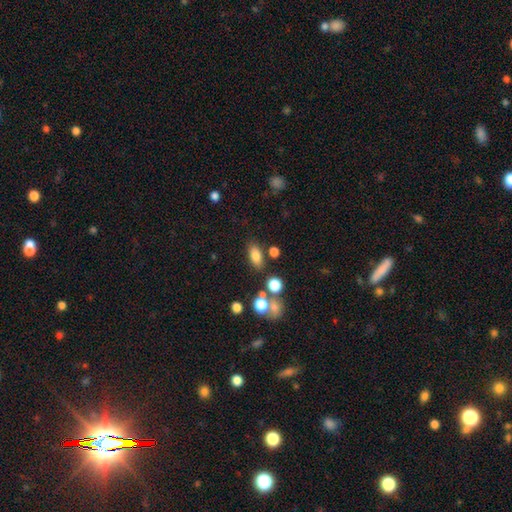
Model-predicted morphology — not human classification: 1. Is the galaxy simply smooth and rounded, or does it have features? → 78% smooth, 12% star or artifact, 10% featured or disk.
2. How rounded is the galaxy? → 83% in between, 11% round, 6% cigar-shaped.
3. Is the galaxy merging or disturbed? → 74% none, 12% minor disturbance, 10% merger, 4% major disturbance.